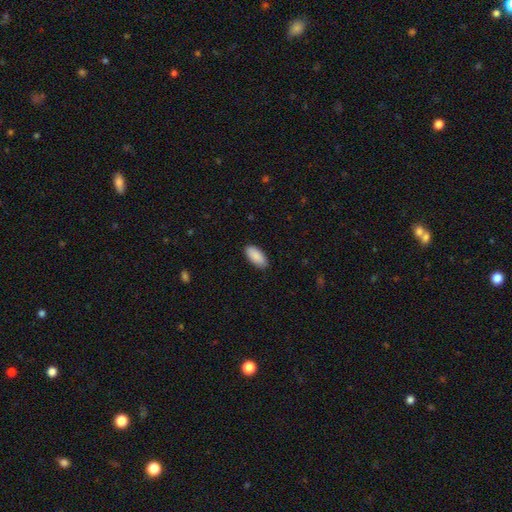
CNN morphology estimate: Smooth or featured? smooth (90%)
How rounded? in between (93%)
Merging? none (88%)